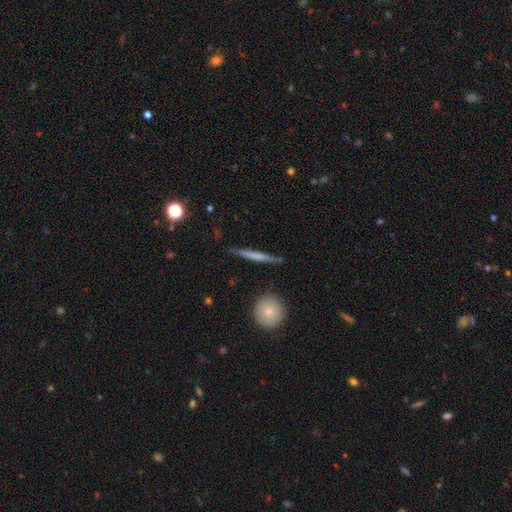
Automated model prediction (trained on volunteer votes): The model was most divided on "smooth or featured": featured or disk: 49%, smooth: 45%, star or artifact: 6%. More confident: merging — none (86%).